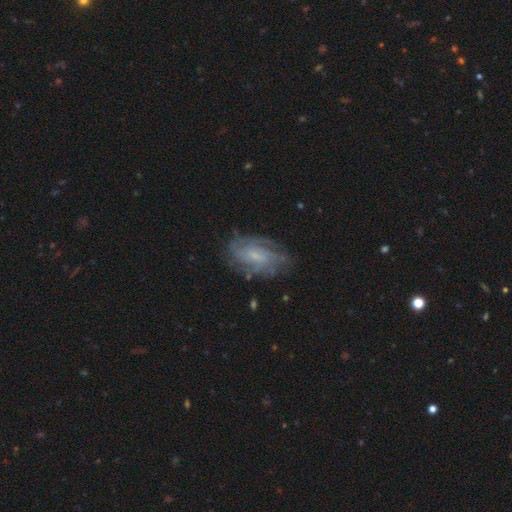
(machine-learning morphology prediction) This appears to be a featured or disk galaxy (72%) with no bar (54%), tight (46%) spiral arms (84%) and a small central bulge (57%). Merging: none (68%).